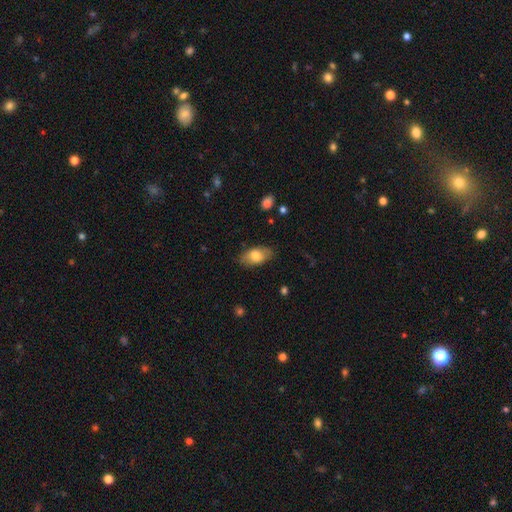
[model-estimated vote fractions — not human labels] smooth_or_featured: smooth (p=0.76) [alt: featured or disk p=0.17]
how_rounded: in between (p=0.92) [alt: round p=0.05]
merging: none (p=0.81) [alt: minor disturbance p=0.15]